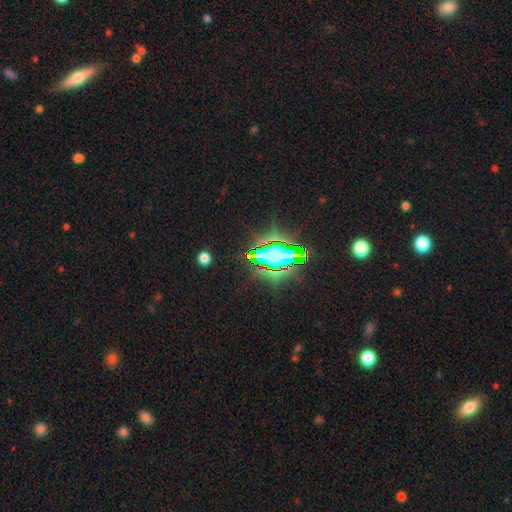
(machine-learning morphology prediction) Overall: star or artifact (67%).